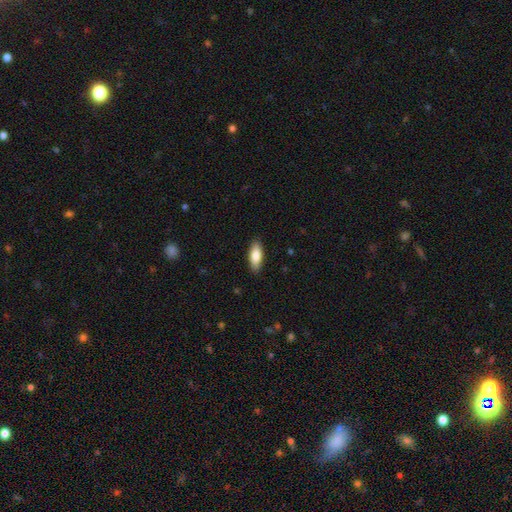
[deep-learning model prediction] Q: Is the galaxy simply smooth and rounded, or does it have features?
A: smooth — 83%.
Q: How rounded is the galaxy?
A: in between — 77%.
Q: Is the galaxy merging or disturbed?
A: none — 88%.